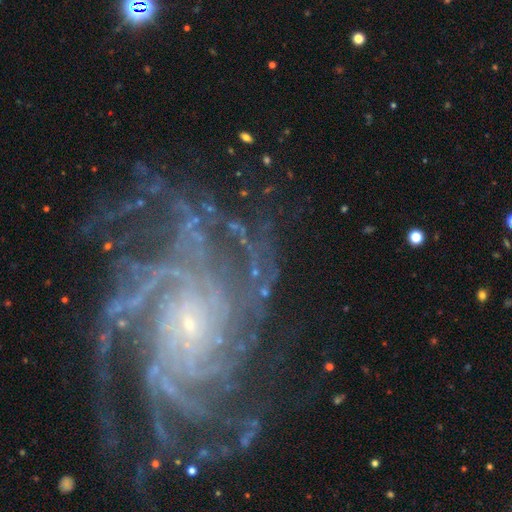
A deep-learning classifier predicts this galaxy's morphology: A featured or disk galaxy (91%) with no bar (61%), more than 4 (39%) tight (67%) spiral arms (99%) and a small central bulge (86%). Merging: none (72%).